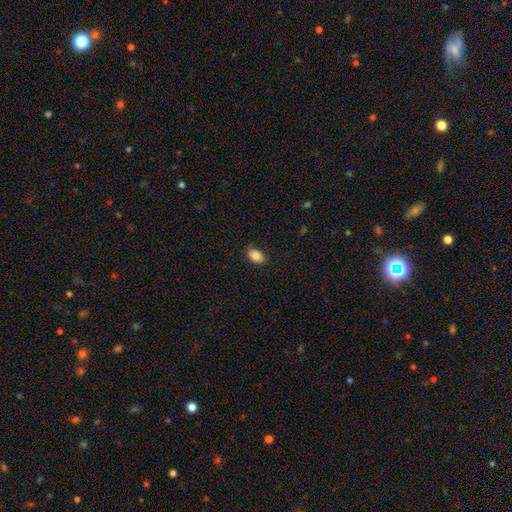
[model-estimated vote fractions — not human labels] A smooth galaxy with no disk features (85%) that is in between round and cigar-shaped (89%). Merging: none (85%).